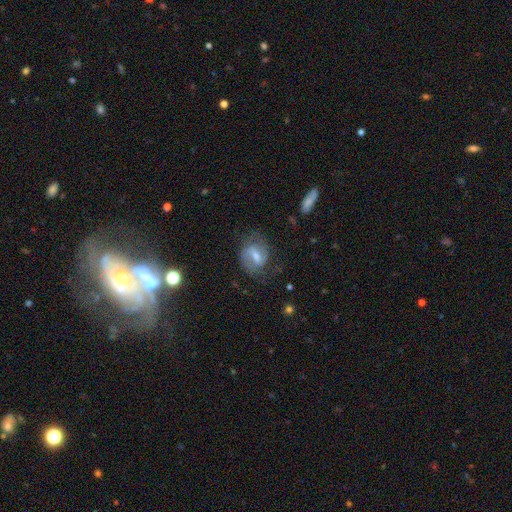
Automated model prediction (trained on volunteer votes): Morphology: type=featured or disk (66%); edge-on=no (96%); bar=weak (51%); spiral arms=yes (83%); winding=medium (48%); arm count=2 (78%); bulge=moderate (49%); merging=none (62%).